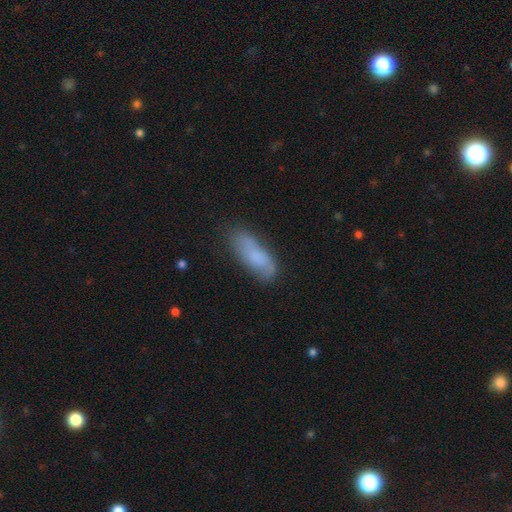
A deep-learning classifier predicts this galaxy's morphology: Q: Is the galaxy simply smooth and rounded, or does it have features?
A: smooth — 73%.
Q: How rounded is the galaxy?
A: in between — 65%.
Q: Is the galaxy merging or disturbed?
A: none — 64%.